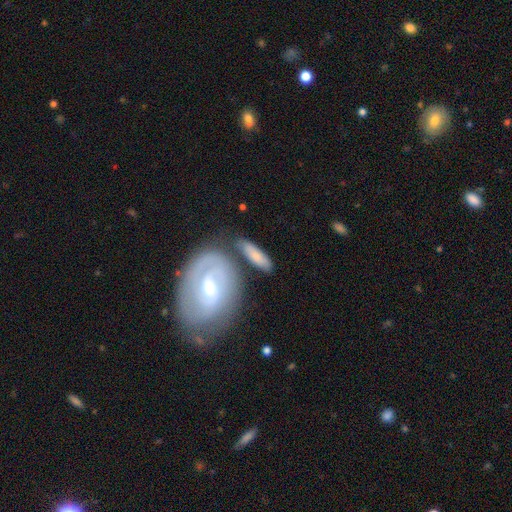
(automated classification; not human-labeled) Overall: smooth (68%). How rounded: cigar-shaped (48%; in between 47%). Merging: none (65%).